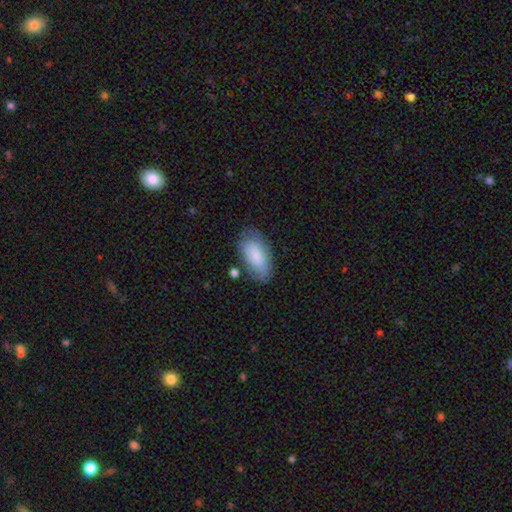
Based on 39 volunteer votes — smooth-or-featured: smooth: 85% | featured or disk: 10% | star or artifact: 5%
  how-rounded: in between: 91% | cigar-shaped: 6% | round: 3%
  merging: none: 84% | minor disturbance: 11% | major disturbance: 5% | merger: 0%